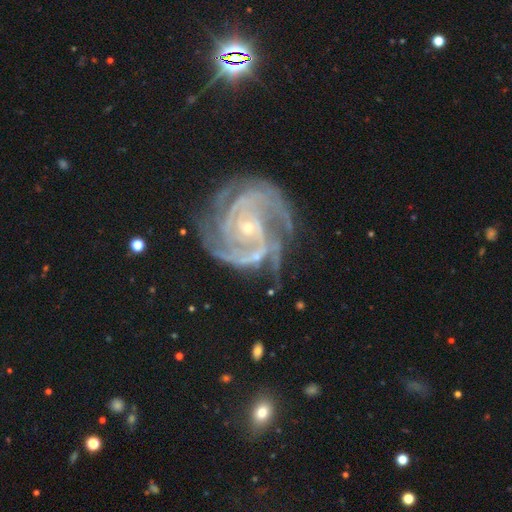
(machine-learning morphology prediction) type=featured or disk (91%); edge-on=no (98%); bar=no (62%); spiral arms=yes (98%); winding=tight (58%); arm count=2 (28%); bulge=small (73%); merging=none (58%).